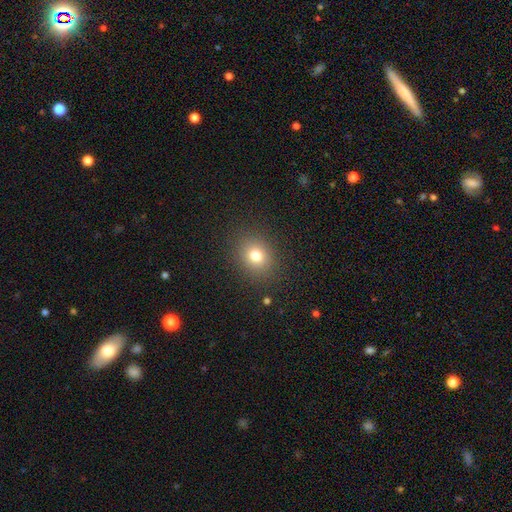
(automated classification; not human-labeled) A smooth galaxy with no disk features (77%) that is round (68%).

Vote fractions:
- Smooth or featured? smooth: 77% / star or artifact: 14% / featured or disk: 9%
- How rounded? round: 68% / in between: 31% / cigar-shaped: 1%
- Merging? none: 87% / minor disturbance: 8% / major disturbance: 3% / merger: 1%